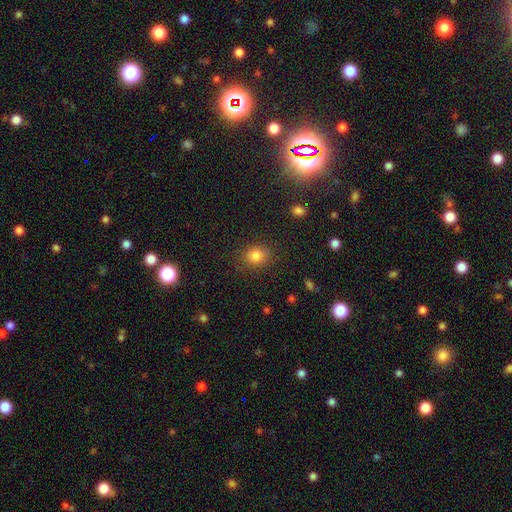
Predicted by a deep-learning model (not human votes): Morphology: type=smooth (83%); roundness=round (67%); merging=none (84%).